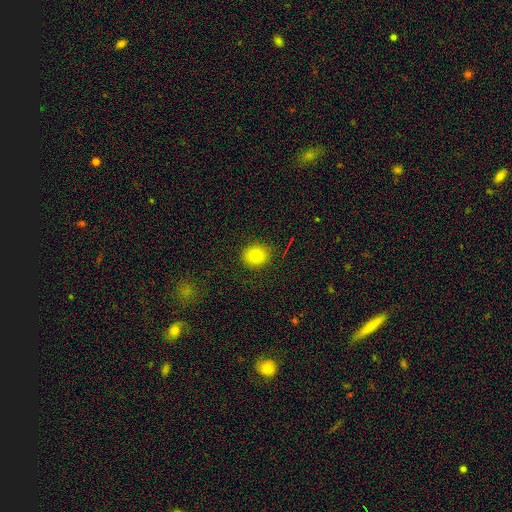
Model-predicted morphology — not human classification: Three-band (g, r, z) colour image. It shows a smooth galaxy with no disk features (81%) that is round (74%). Merging: none (87%).